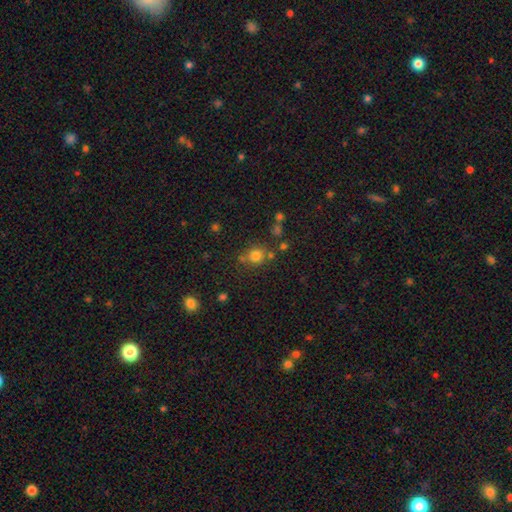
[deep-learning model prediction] Smooth or featured?
  - smooth: 76% *
  - star or artifact: 16%
  - featured or disk: 8%
How rounded?
  - round: 84% *
  - in between: 15%
  - cigar-shaped: 1%
Merging?
  - none: 68% *
  - merger: 14%
  - minor disturbance: 13%
  - major disturbance: 5%